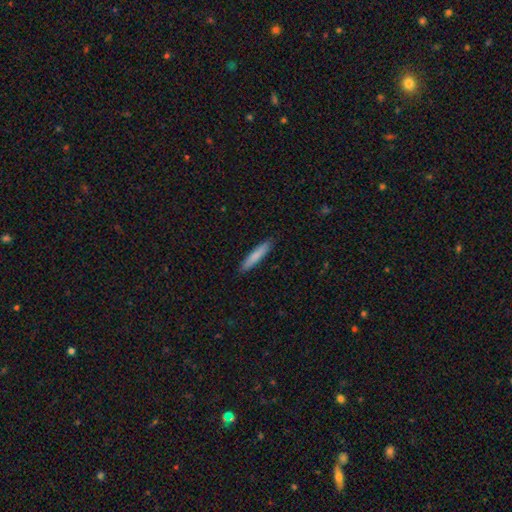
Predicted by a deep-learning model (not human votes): Smooth or featured? Predicted: smooth (p=0.80). How rounded? Predicted: cigar-shaped (p=0.91). Merging? Predicted: none (p=0.90).